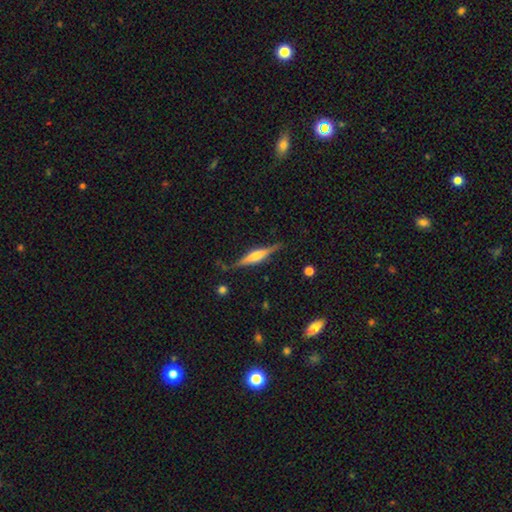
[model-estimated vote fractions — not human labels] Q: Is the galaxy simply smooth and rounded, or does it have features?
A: featured or disk — 73%.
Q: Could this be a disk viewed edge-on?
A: yes — 97%.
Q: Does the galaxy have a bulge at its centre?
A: rounded — 62%.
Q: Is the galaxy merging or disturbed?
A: none — 85%.